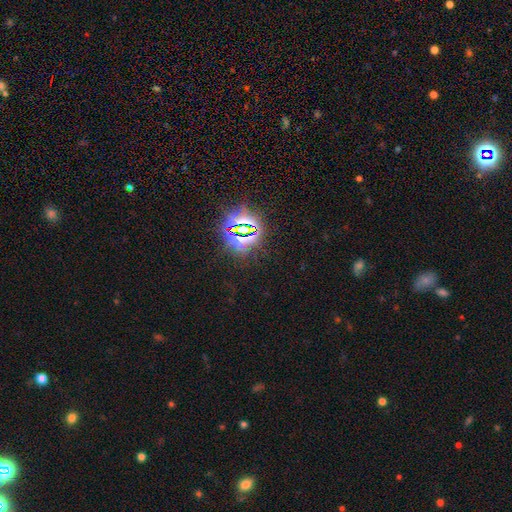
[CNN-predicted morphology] type=star or artifact (81%).